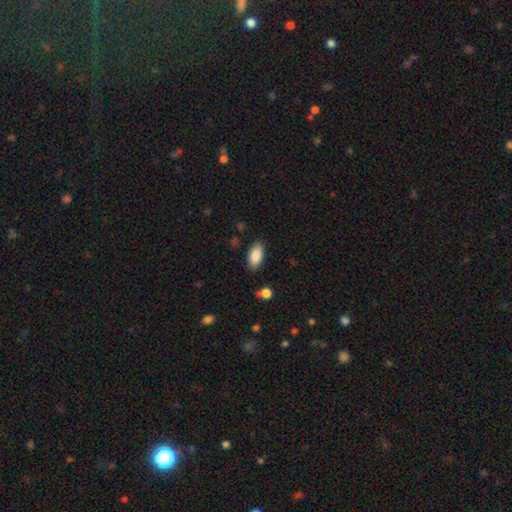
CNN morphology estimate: A smooth galaxy with no disk features (87%) that is in between round and cigar-shaped (93%). Merging: none (85%).